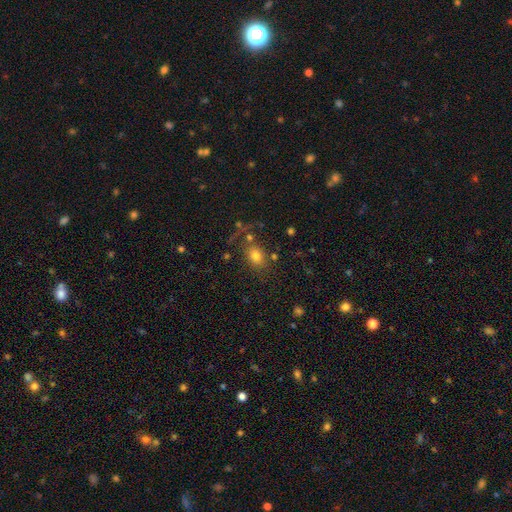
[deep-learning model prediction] Smooth or featured? smooth (76%)
How rounded? in between (58%)
Merging? none (69%)